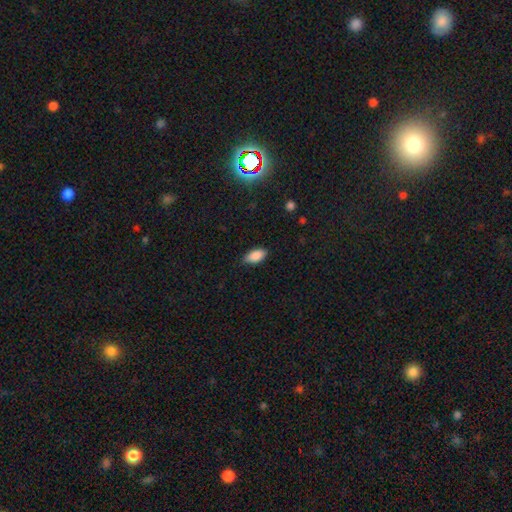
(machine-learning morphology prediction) type=smooth (88%); roundness=in between (92%); merging=none (81%).